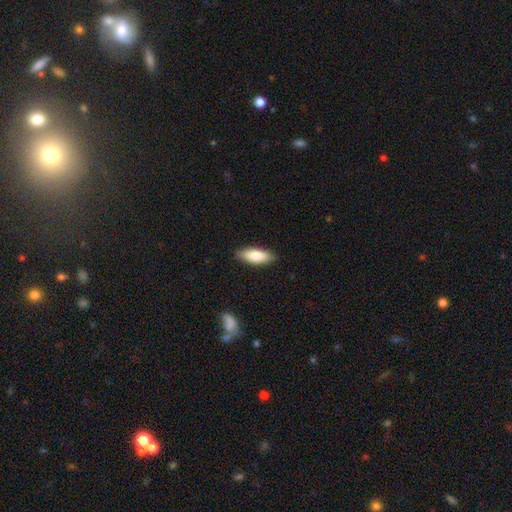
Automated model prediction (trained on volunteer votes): Morphology: type=smooth (80%); roundness=in between (70%); merging=none (86%).